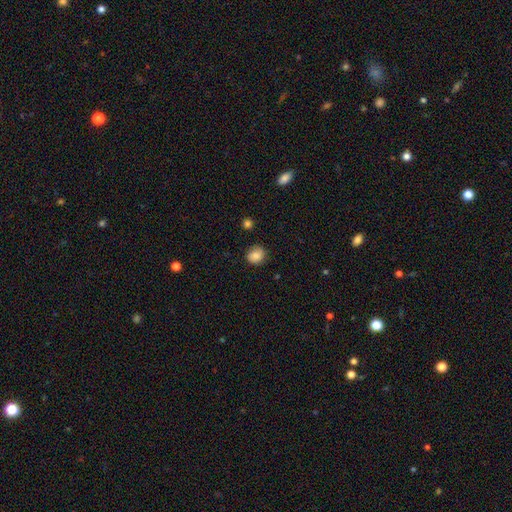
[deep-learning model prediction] A smooth galaxy with no disk features (82%) that is round (78%).

Vote fractions:
- Smooth or featured? smooth: 82% / star or artifact: 9% / featured or disk: 8%
- How rounded? round: 78% / in between: 22% / cigar-shaped: 1%
- Merging? none: 77% / minor disturbance: 18% / major disturbance: 4% / merger: 2%